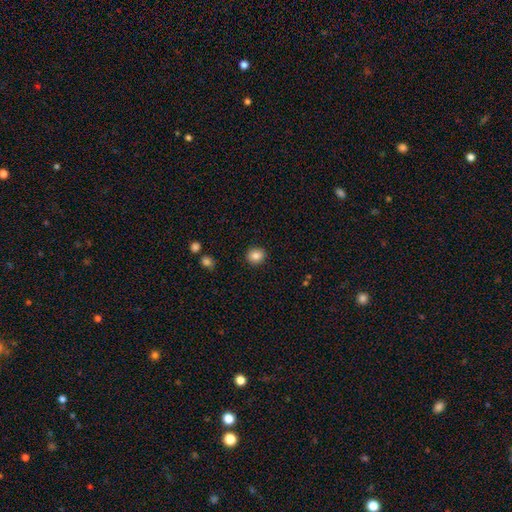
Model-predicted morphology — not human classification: A smooth galaxy with no disk features (85%) that is round (81%). Merging: none (91%).